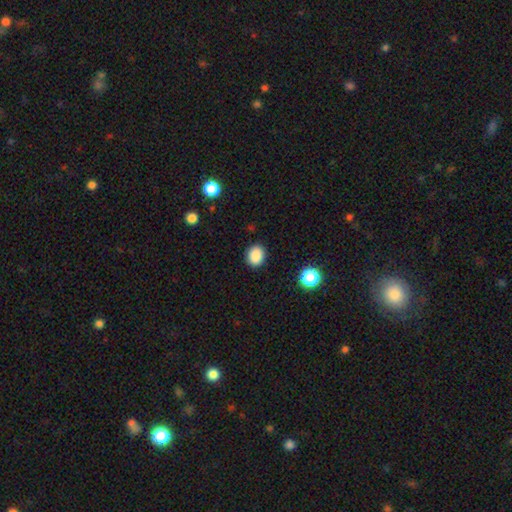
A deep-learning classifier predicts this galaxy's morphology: The model was most divided on "how rounded": round: 57%, in between: 42%, cigar-shaped: 1%. More confident: merging — none (88%); smooth or featured — smooth (87%).